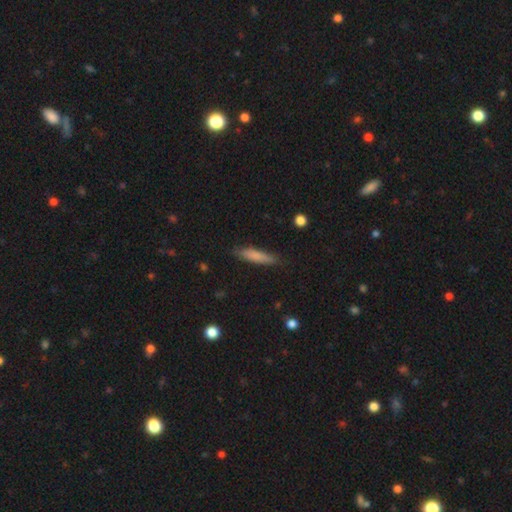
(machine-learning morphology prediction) A smooth galaxy with no disk features (78%) that is cigar-shaped (81%).

Vote fractions:
- Smooth or featured? smooth: 78% / featured or disk: 15% / star or artifact: 7%
- How rounded? cigar-shaped: 81% / in between: 17% / round: 2%
- Merging? none: 83% / minor disturbance: 13% / major disturbance: 3% / merger: 1%